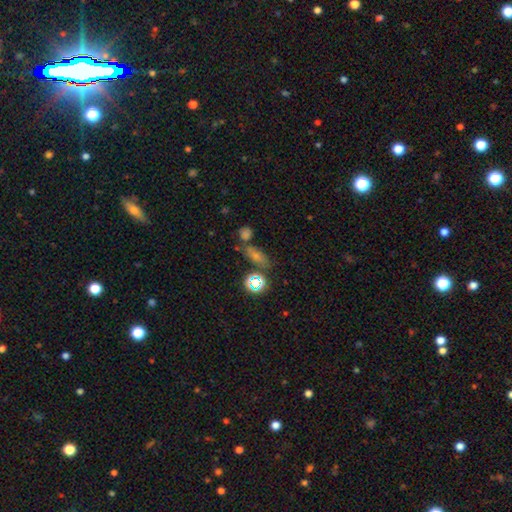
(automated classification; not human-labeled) Smooth or featured?
  - smooth: 44% *
  - star or artifact: 38%
  - featured or disk: 18%
Merging?
  - none: 57% *
  - merger: 22%
  - minor disturbance: 13%
  - major disturbance: 9%